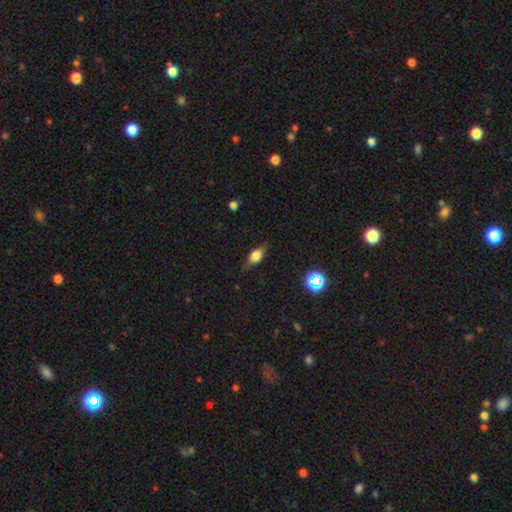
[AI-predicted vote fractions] A smooth galaxy with no disk features (55%) that is in between round and cigar-shaped (73%). Merging: none (77%).